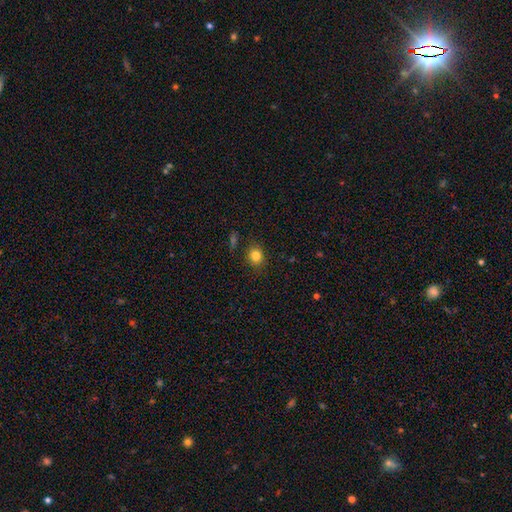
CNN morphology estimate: Smooth or featured? smooth (82%)
How rounded? round (70%)
Merging? none (86%)